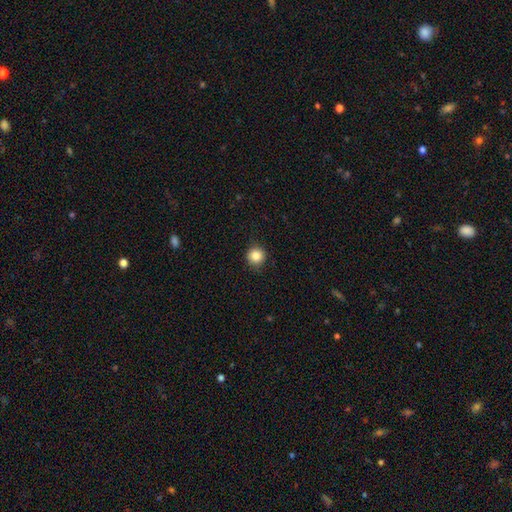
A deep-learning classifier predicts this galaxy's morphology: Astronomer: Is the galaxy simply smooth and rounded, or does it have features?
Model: smooth — 86%.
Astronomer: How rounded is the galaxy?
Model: round — 94%.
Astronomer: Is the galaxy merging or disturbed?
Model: none — 89%.